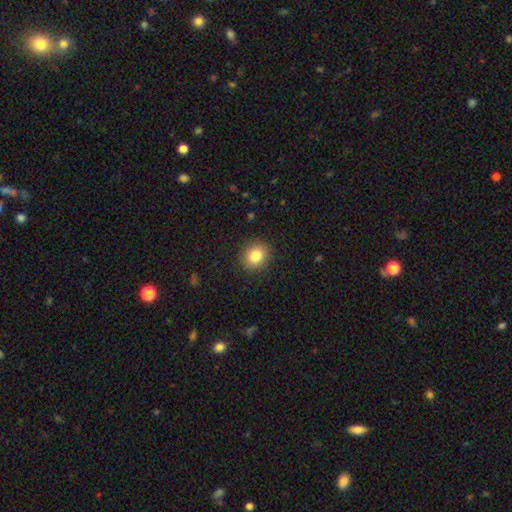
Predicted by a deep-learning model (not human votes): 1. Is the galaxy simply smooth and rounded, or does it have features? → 83% smooth, 10% star or artifact, 7% featured or disk.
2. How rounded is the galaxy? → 73% round, 26% in between, 1% cigar-shaped.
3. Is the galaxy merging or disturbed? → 90% none, 7% minor disturbance, 2% major disturbance, 1% merger.